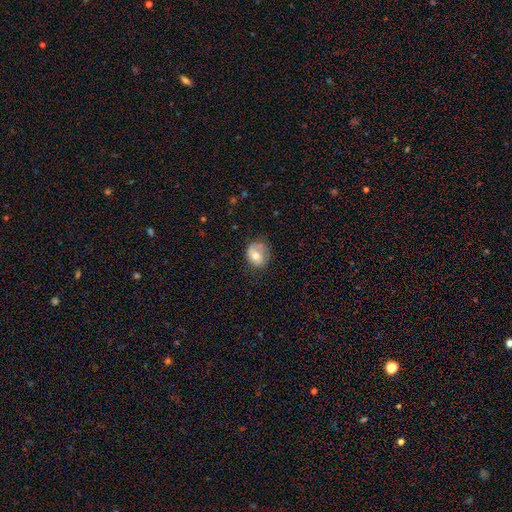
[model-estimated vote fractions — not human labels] smooth_or_featured: smooth (p=0.56) [alt: featured or disk p=0.36]
how_rounded: round (p=0.58) [alt: in between p=0.41]
merging: none (p=0.53) [alt: minor disturbance p=0.29]